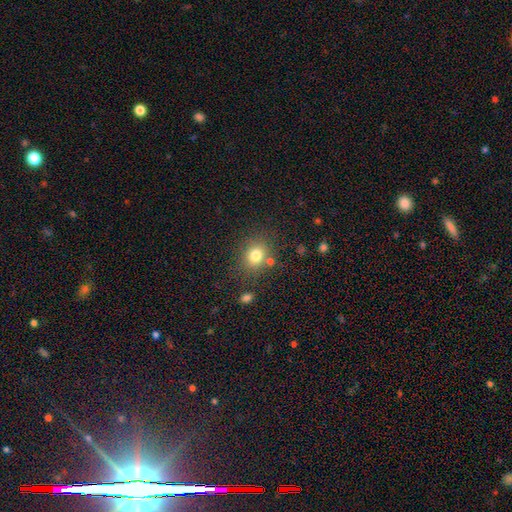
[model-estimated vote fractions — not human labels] smooth-or-featured: smooth: 78% | star or artifact: 13% | featured or disk: 9%
  how-rounded: round: 63% | in between: 36% | cigar-shaped: 1%
  merging: none: 75% | minor disturbance: 12% | merger: 8% | major disturbance: 4%